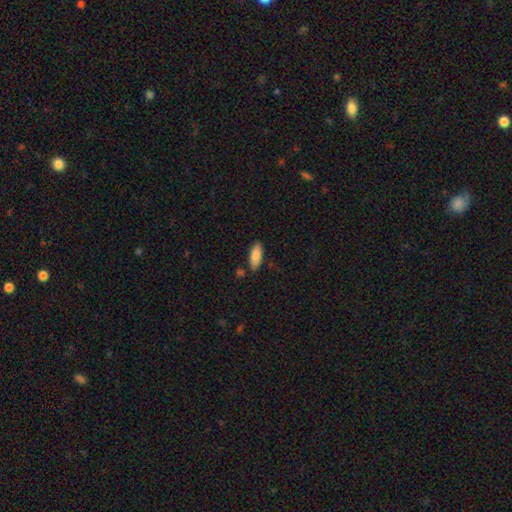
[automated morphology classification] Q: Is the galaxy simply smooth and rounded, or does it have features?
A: smooth — 85%.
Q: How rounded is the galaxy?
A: in between — 72%.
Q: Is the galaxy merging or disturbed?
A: none — 82%.